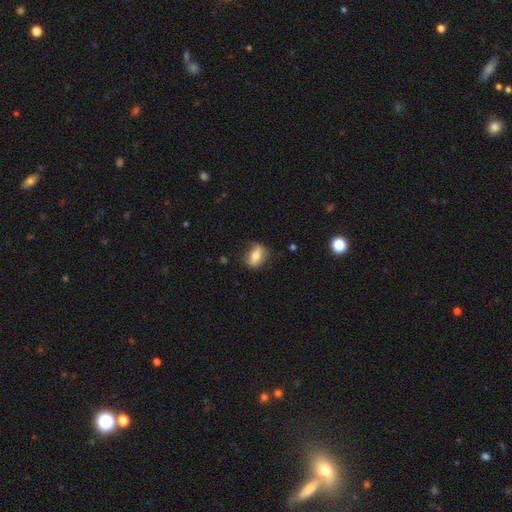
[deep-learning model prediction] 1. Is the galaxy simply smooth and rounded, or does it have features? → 64% smooth, 28% featured or disk, 8% star or artifact.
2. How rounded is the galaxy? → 75% in between, 15% round, 10% cigar-shaped.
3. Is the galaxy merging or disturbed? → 74% none, 19% minor disturbance, 5% major disturbance, 2% merger.